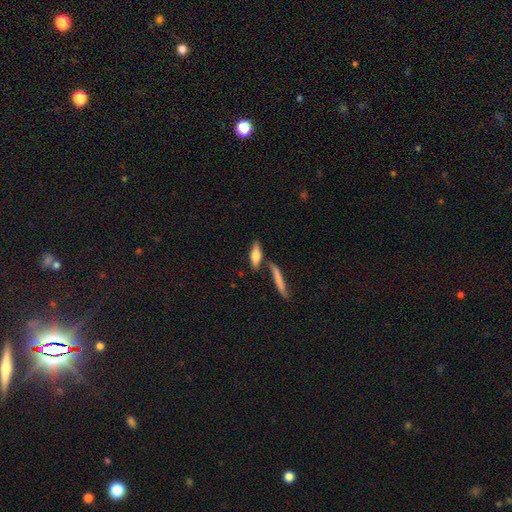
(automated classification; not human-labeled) The model was most divided on "how rounded": cigar-shaped: 55%, in between: 42%, round: 3%. More confident: merging — none (65%); smooth or featured — smooth (64%).